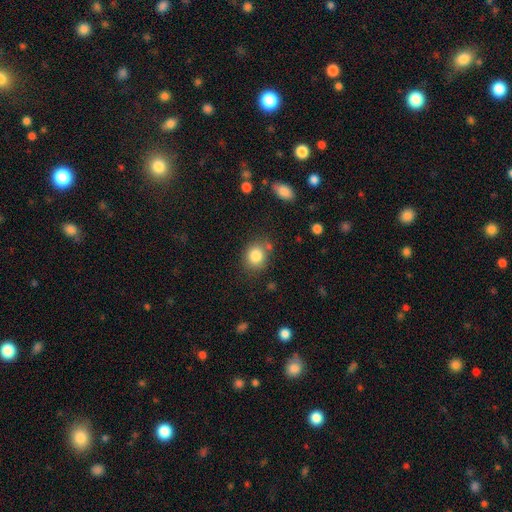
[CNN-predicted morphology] Q: Smooth or featured?
A: smooth (84%); runner-up: star or artifact (10%)
Q: How rounded?
A: round (69%); runner-up: in between (30%)
Q: Merging?
A: none (74%); runner-up: minor disturbance (14%)